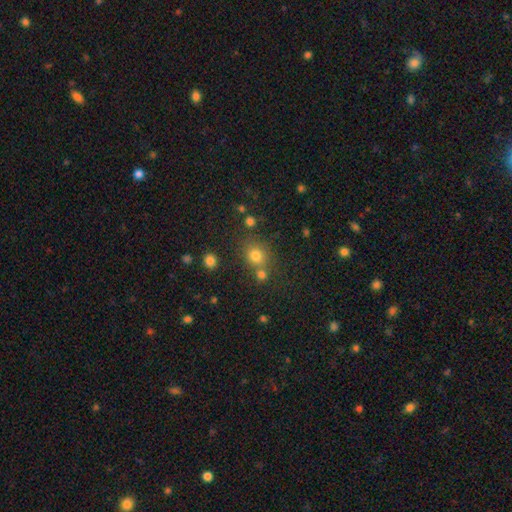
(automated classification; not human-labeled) smooth-or-featured: smooth: 75% | star or artifact: 17% | featured or disk: 8%
  how-rounded: round: 77% | in between: 22% | cigar-shaped: 1%
  merging: none: 65% | merger: 20% | minor disturbance: 10% | major disturbance: 4%